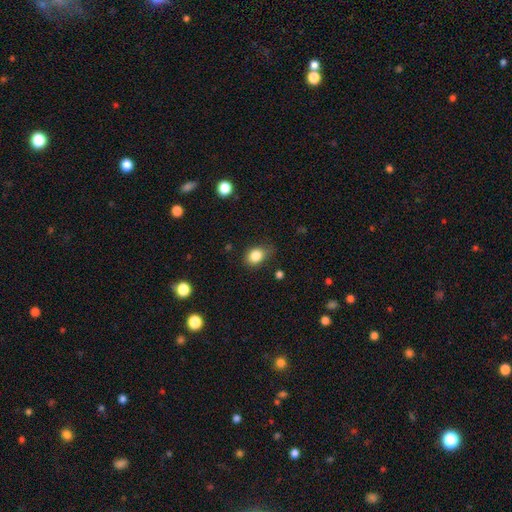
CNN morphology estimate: A smooth galaxy with no disk features (84%) that is in between round and cigar-shaped (55%). Merging: none (68%).